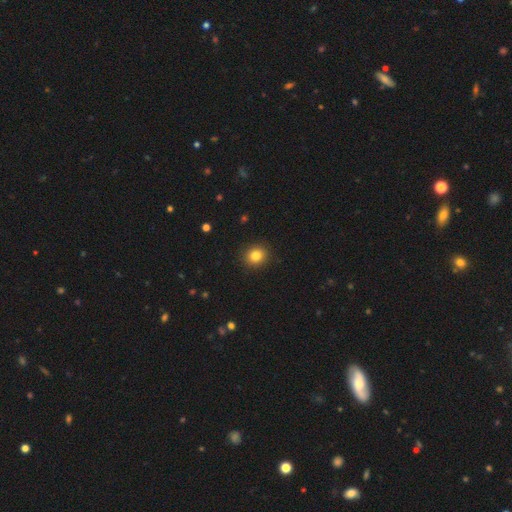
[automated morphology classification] type=smooth (84%); roundness=round (82%); merging=none (91%).